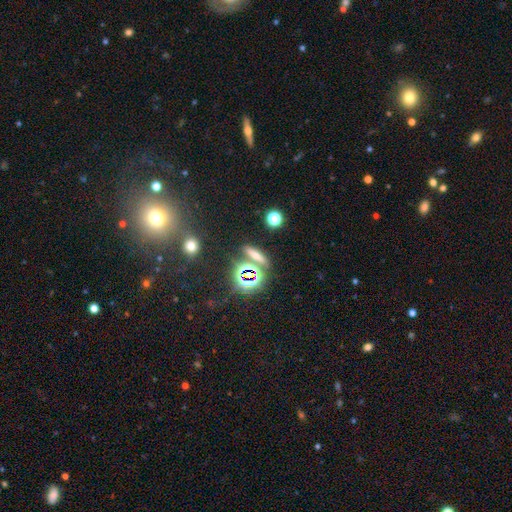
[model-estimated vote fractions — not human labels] Smooth or featured? smooth (46%)
Merging? none (77%)